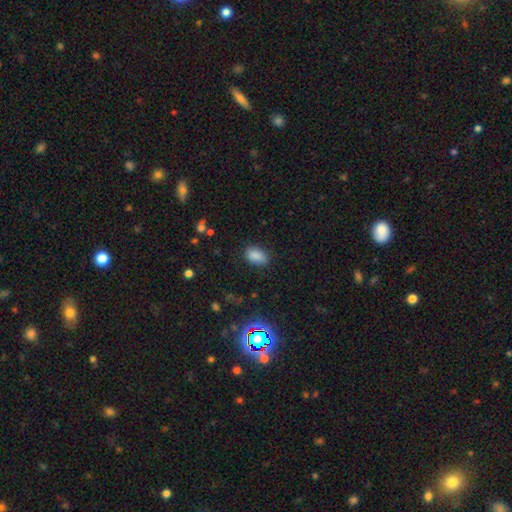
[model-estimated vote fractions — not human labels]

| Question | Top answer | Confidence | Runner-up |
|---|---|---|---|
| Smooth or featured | smooth | 84% | star or artifact (12%) |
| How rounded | in between | 89% | round (10%) |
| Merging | none | 80% | minor disturbance (15%) |